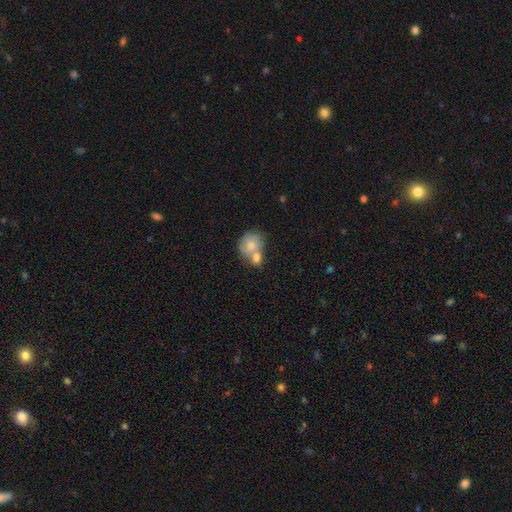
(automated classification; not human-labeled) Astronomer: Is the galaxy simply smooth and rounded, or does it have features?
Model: smooth — 60%.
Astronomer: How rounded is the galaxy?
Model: round — 73%.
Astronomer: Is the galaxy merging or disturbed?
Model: merger — 50% (runner-up: none, 35%).